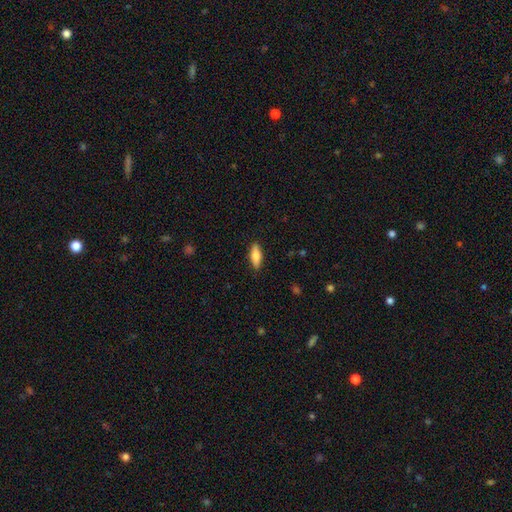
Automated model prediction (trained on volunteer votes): Smooth or featured? smooth (75%)
How rounded? in between (67%)
Merging? none (87%)